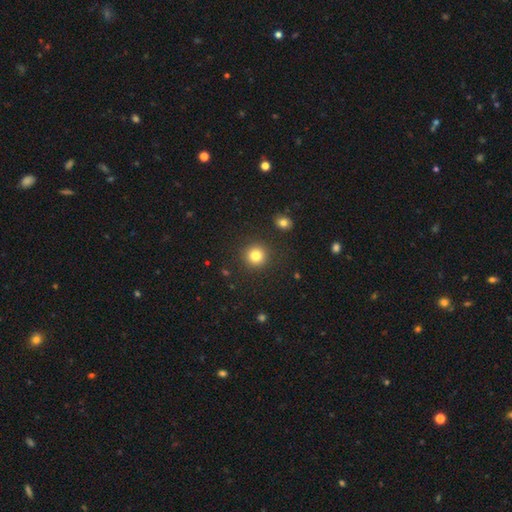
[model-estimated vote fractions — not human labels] This is clearly a smooth galaxy (81%). How rounded: clearly round (94%). Merging: clearly none (90%).